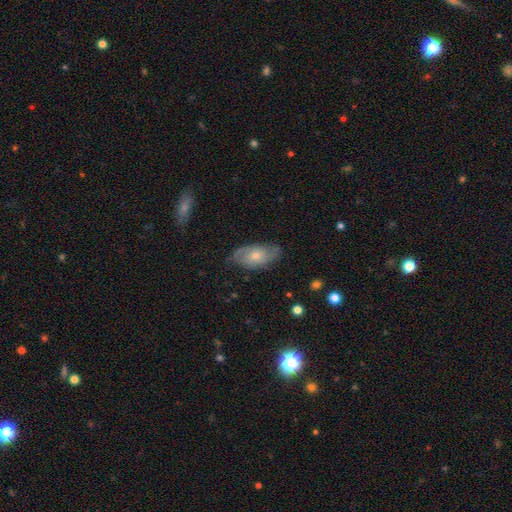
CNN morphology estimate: Smooth or featured? featured or disk (58%)
Edge-on disk? no (90%)
Bar? no (76%)
Spiral arms? yes (79%)
Bulge size? small (52%)
Merging? none (74%)